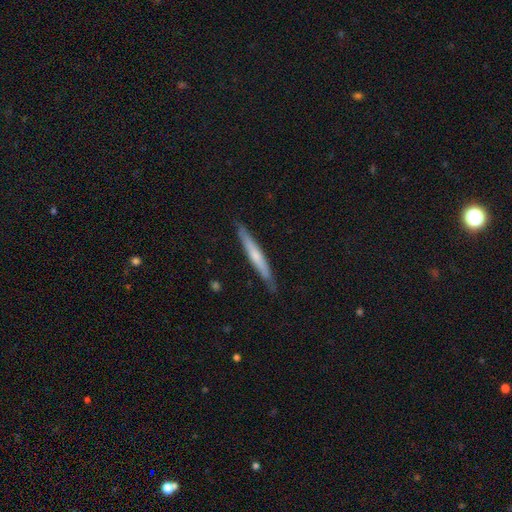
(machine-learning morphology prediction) Smooth or featured? Predicted: smooth (p=0.50). Merging? Predicted: none (p=0.85).